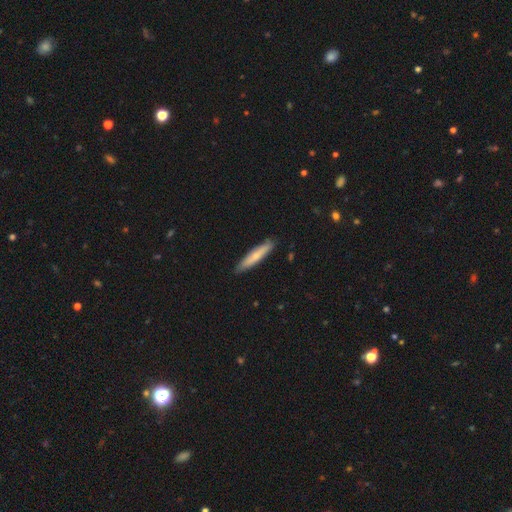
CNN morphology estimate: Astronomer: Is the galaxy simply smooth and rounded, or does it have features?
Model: smooth — 68%.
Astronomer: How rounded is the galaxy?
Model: cigar-shaped — 90%.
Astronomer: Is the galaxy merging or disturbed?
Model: none — 88%.